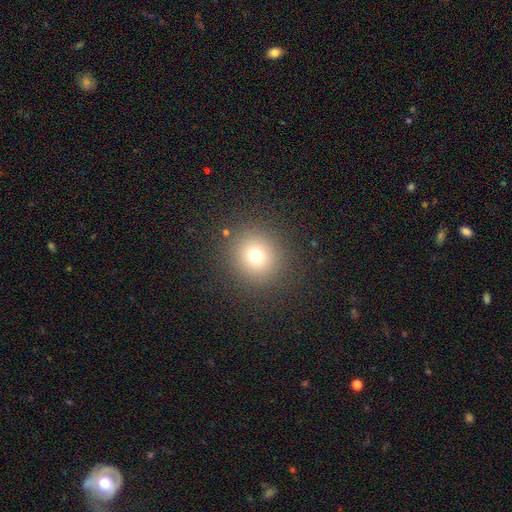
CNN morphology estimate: Smooth or featured? smooth (71%)
How rounded? round (93%)
Merging? none (88%)